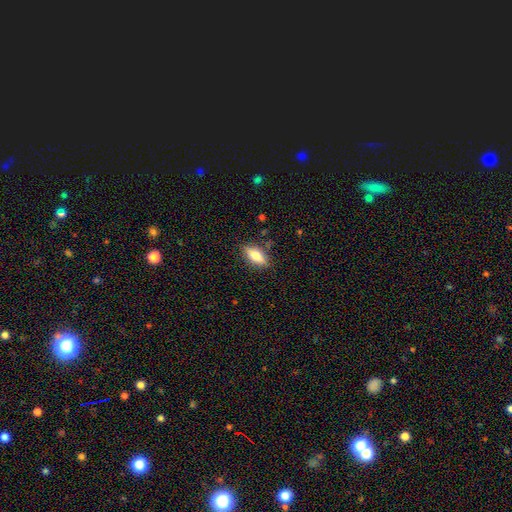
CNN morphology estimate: The model was most divided on "smooth or featured": smooth: 66%, featured or disk: 26%, star or artifact: 8%. More confident: merging — none (83%); how rounded — in between (74%).